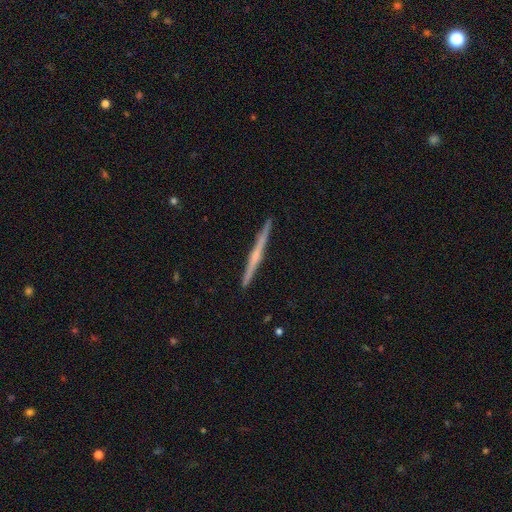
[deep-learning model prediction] featured or disk 73%, smooth 22%, star or artifact 6%. Down the decision tree: edge-on disk — yes (98%); edge-on bulge — rounded (52%); merging — none (92%).